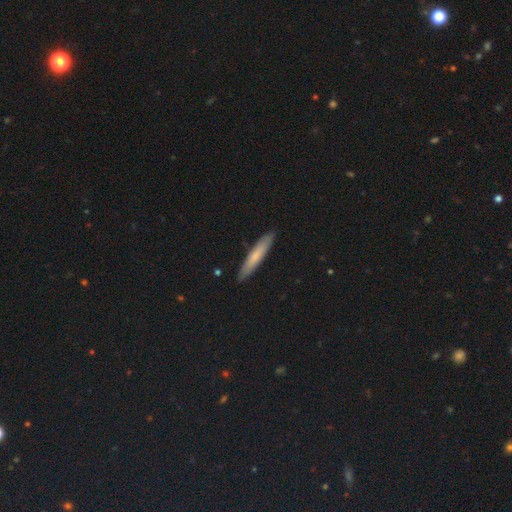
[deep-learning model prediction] Smooth or featured? smooth (69%)
How rounded? cigar-shaped (92%)
Merging? none (90%)